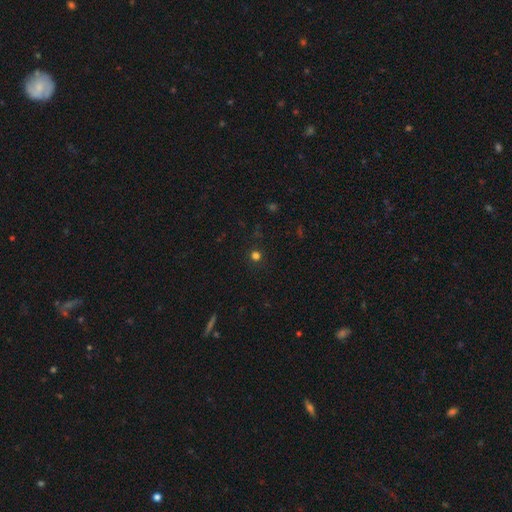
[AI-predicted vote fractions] smooth_or_featured: smooth (p=0.71) [alt: star or artifact p=0.24]
how_rounded: round (p=0.93) [alt: in between p=0.06]
merging: none (p=0.89) [alt: minor disturbance p=0.07]